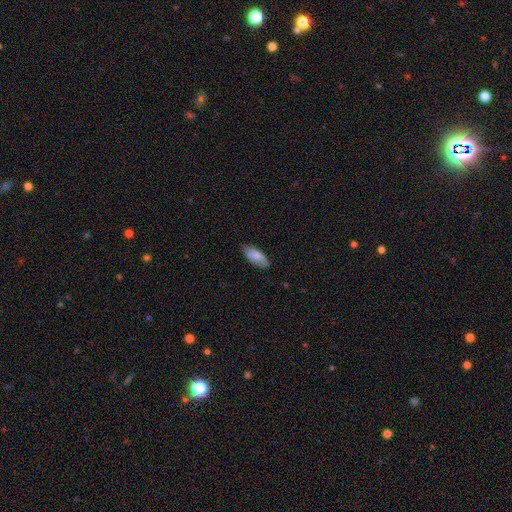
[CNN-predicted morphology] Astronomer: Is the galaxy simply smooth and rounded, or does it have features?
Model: smooth — 82%.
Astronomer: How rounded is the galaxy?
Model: in between — 83%.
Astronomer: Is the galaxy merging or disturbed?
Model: none — 83%.